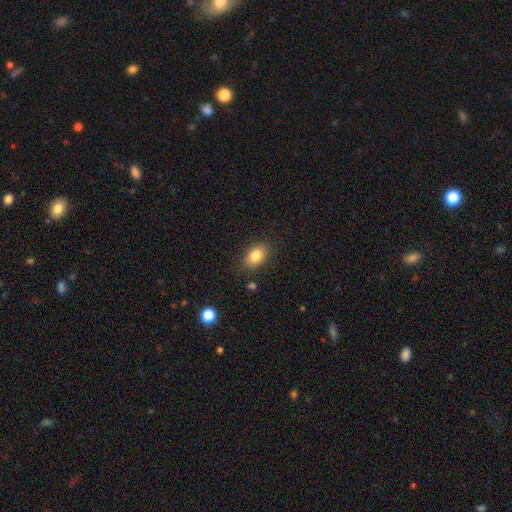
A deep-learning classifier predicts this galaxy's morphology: Smooth or featured?
  - smooth: 81% *
  - star or artifact: 9%
  - featured or disk: 9%
How rounded?
  - in between: 79% *
  - round: 20%
  - cigar-shaped: 1%
Merging?
  - none: 84% *
  - minor disturbance: 11%
  - major disturbance: 3%
  - merger: 2%